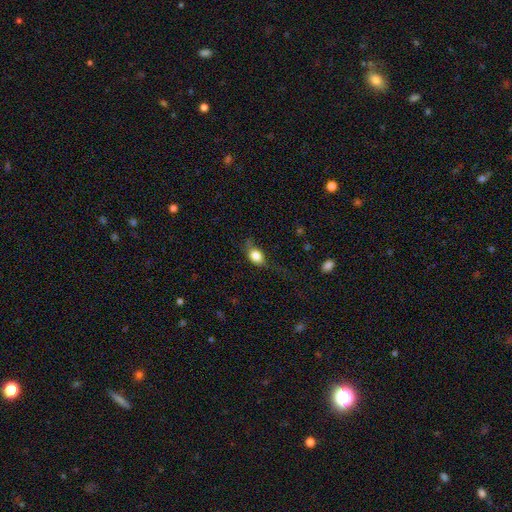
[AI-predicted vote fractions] Smooth or featured? smooth (77%)
How rounded? in between (66%)
Merging? none (40%)